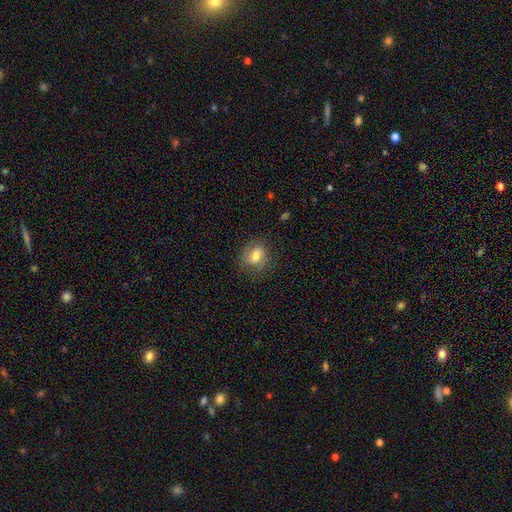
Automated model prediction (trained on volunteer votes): smooth-or-featured: smooth: 70% | featured or disk: 21% | star or artifact: 9%
  how-rounded: round: 54% | in between: 44% | cigar-shaped: 1%
  merging: none: 75% | minor disturbance: 17% | major disturbance: 7% | merger: 1%